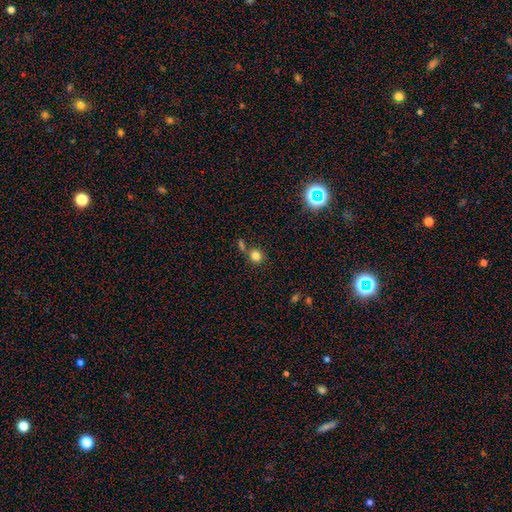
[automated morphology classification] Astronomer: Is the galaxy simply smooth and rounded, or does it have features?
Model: smooth — 81%.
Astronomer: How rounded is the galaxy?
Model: round — 88%.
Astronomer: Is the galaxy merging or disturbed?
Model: none — 65%.